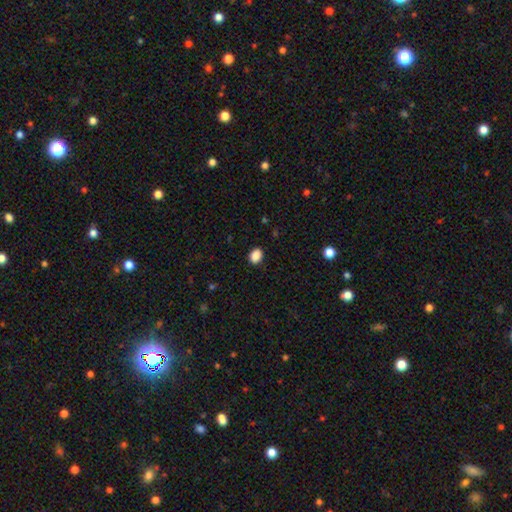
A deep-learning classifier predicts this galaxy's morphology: Smooth or featured?
  - smooth: 89% *
  - star or artifact: 9%
  - featured or disk: 3%
How rounded?
  - in between: 72% *
  - round: 27%
  - cigar-shaped: 1%
Merging?
  - none: 89% *
  - minor disturbance: 8%
  - major disturbance: 2%
  - merger: 1%